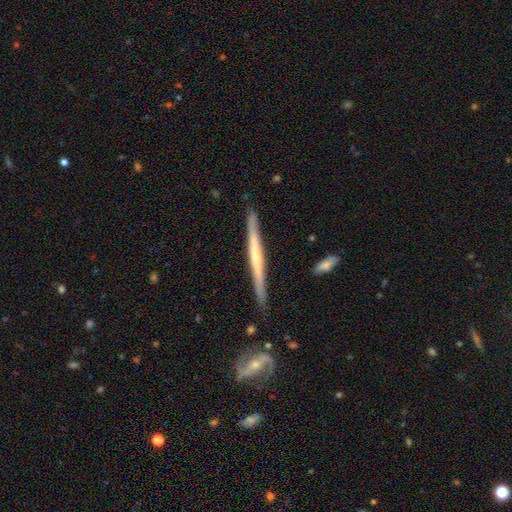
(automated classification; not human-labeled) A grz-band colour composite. It shows a featured or disk galaxy (72%) viewed edge-on (97%) with a rounded central bulge (53%). Merging: none (87%).